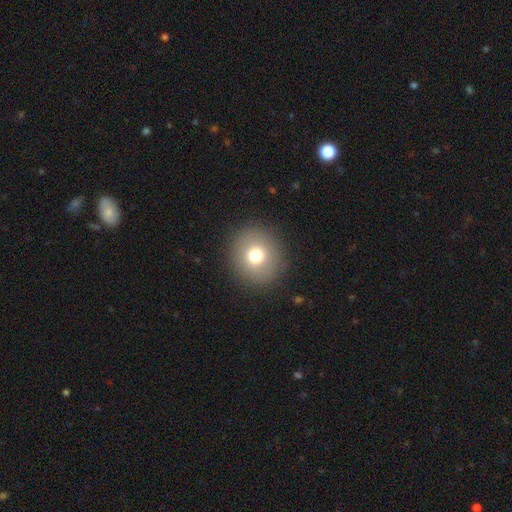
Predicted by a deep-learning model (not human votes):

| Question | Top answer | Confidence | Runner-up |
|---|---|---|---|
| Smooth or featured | smooth | 74% | featured or disk (14%) |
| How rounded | round | 93% | in between (6%) |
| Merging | none | 91% | minor disturbance (6%) |